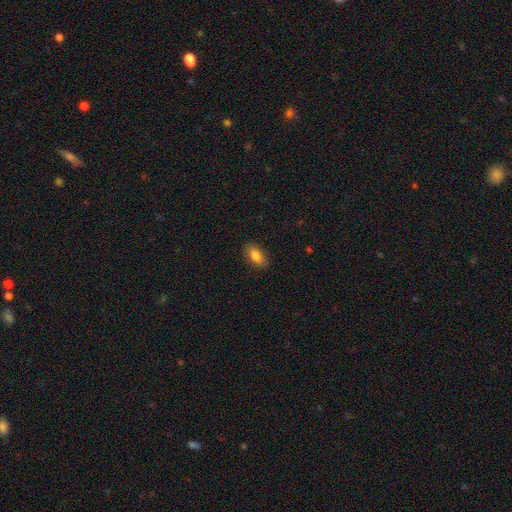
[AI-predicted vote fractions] Q: Smooth or featured?
A: smooth (85%); runner-up: featured or disk (8%)
Q: How rounded?
A: in between (91%); runner-up: cigar-shaped (5%)
Q: Merging?
A: none (87%); runner-up: minor disturbance (10%)